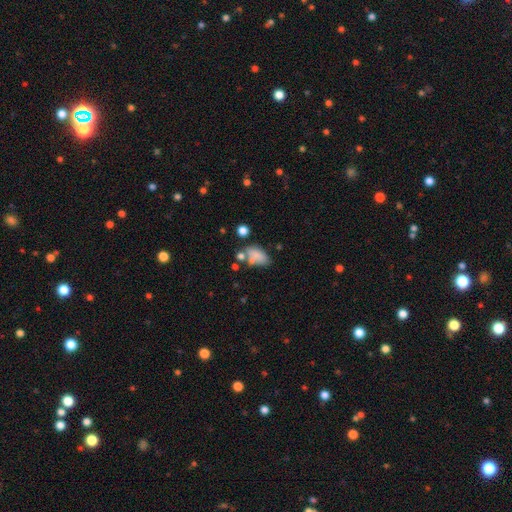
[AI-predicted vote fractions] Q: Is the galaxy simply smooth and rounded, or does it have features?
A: smooth — 73%.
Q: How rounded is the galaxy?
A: in between — 88%.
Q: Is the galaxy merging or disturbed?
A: none — 43%.